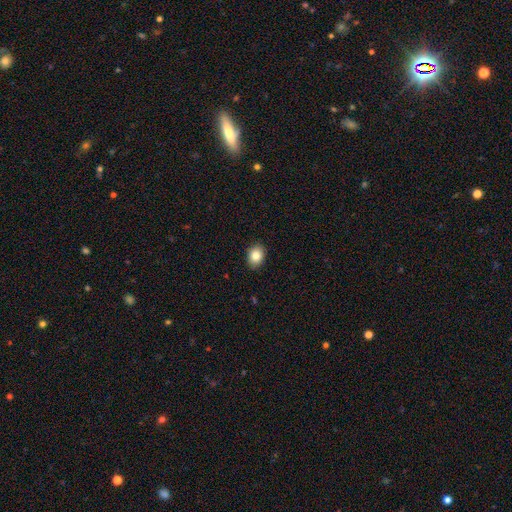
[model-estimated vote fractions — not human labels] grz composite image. It shows a smooth galaxy with no disk features (84%) that is in between round and cigar-shaped (61%). Merging: none (89%).